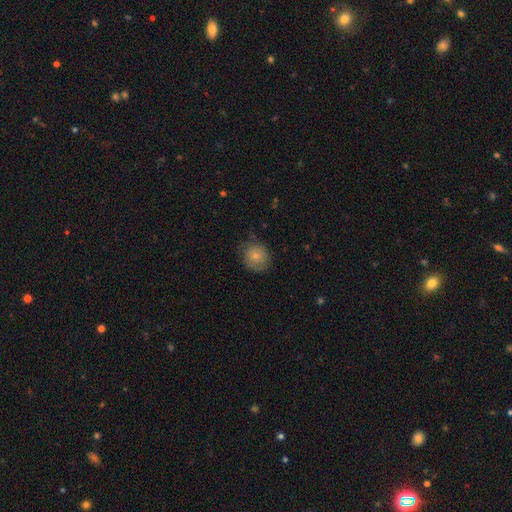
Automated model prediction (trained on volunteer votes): Morphology: type=smooth (75%); roundness=round (84%); merging=none (72%).